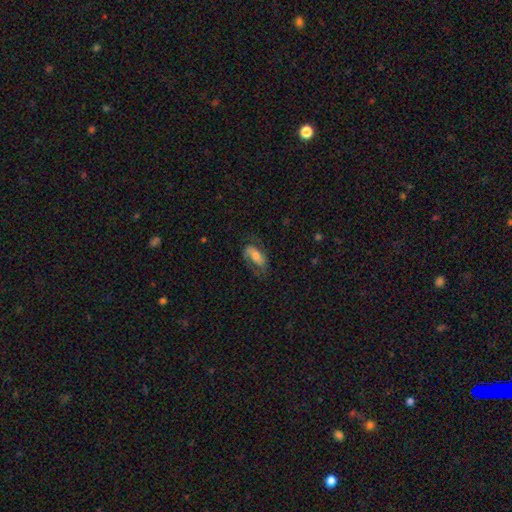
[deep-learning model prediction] smooth-or-featured: featured or disk: 55% | smooth: 38% | star or artifact: 8%
  disk-edge-on: no: 92% | yes: 8%
    bar: no: 45% | weak: 33% | strong: 22%
    has-spiral-arms: yes: 84% | no: 16%
    bulge-size: moderate: 52% | small: 27% | large: 15% | none: 4% | dominant: 2%
  merging: none: 58% | minor disturbance: 22% | major disturbance: 18% | merger: 2%